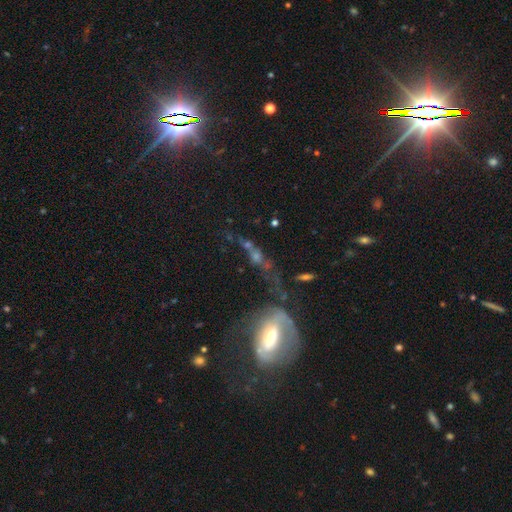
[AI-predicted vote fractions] This is possibly a featured or disk galaxy (51%). It is likely not viewed edge-on (68%). Merging: marginally none (31%).